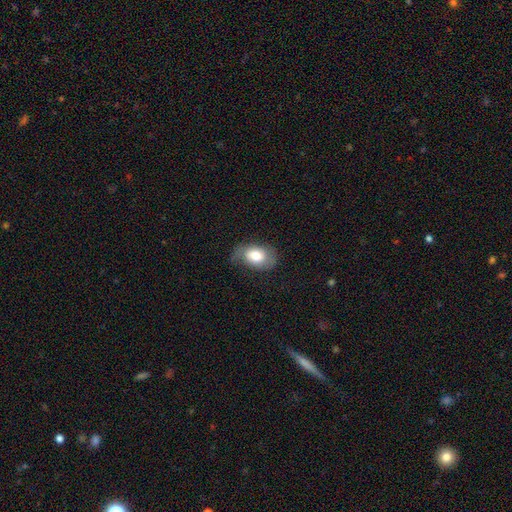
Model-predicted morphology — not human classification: smooth-or-featured: smooth: 69% | featured or disk: 24% | star or artifact: 7%
  how-rounded: in between: 83% | round: 16% | cigar-shaped: 1%
  merging: none: 55% | minor disturbance: 31% | major disturbance: 13% | merger: 1%